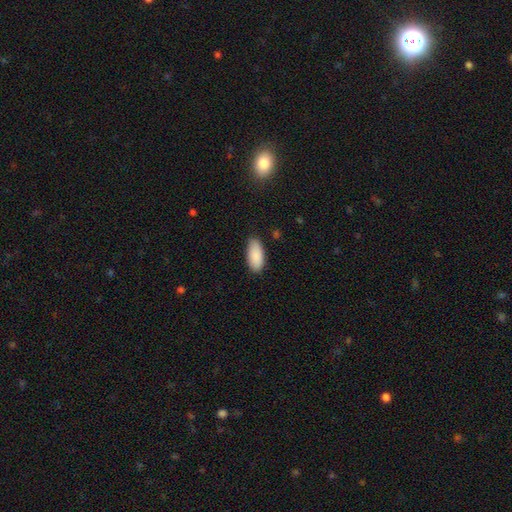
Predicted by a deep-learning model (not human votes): smooth_or_featured: smooth (p=0.89) [alt: star or artifact p=0.06]
how_rounded: in between (p=0.91) [alt: cigar-shaped p=0.07]
merging: none (p=0.82) [alt: minor disturbance p=0.14]